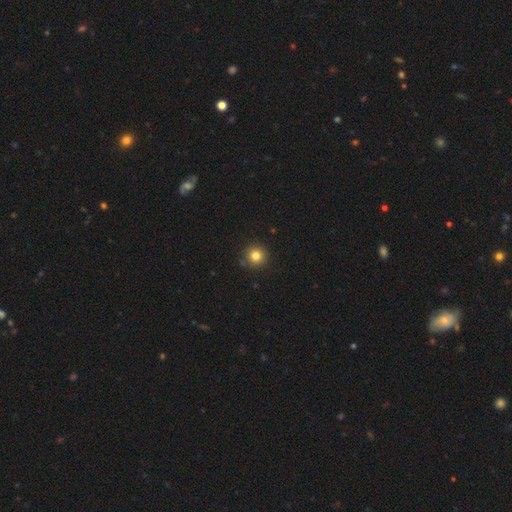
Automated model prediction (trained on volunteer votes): This appears to be a smooth galaxy with no disk features (82%) that is round (95%). Merging: none (88%).